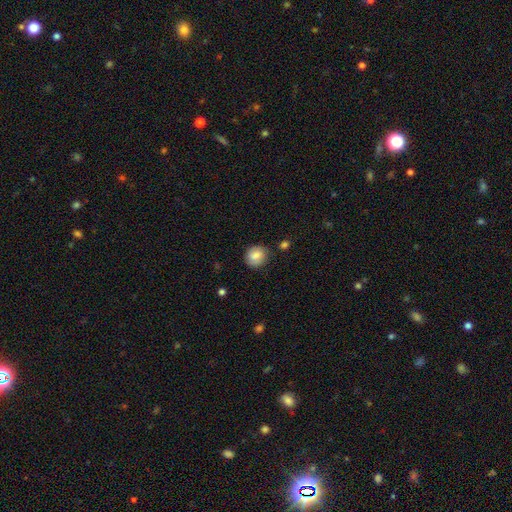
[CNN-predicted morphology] Q: Smooth or featured?
A: smooth (81%); runner-up: featured or disk (11%)
Q: How rounded?
A: round (79%); runner-up: in between (20%)
Q: Merging?
A: none (80%); runner-up: minor disturbance (14%)